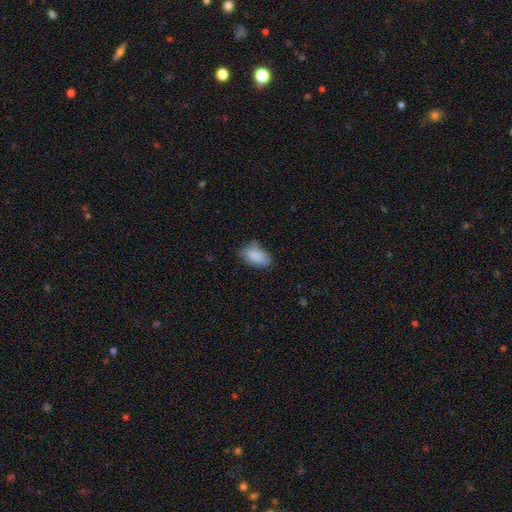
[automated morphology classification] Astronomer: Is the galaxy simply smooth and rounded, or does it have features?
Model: smooth — 87%.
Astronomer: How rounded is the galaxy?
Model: in between — 93%.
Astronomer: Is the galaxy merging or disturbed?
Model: none — 63%.